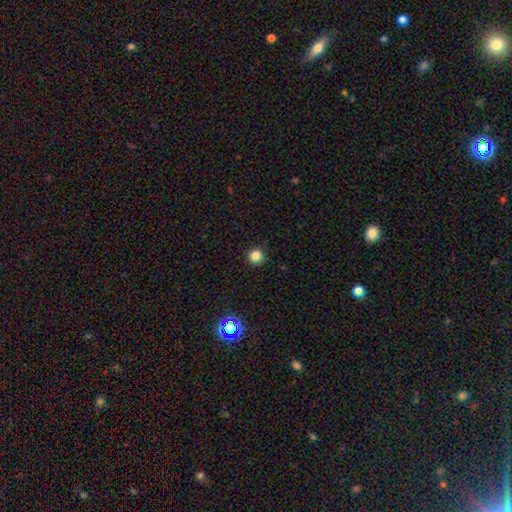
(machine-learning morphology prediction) This is clearly a smooth galaxy (83%). How rounded: clearly round (96%). Merging: clearly none (92%).